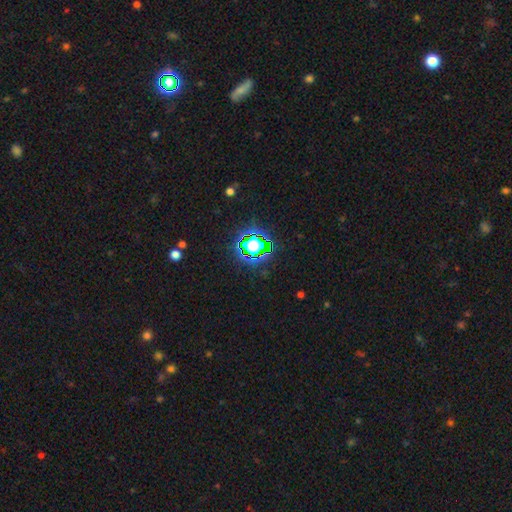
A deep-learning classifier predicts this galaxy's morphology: A star or artifact, not a galaxy (80%).

Vote fractions:
- Smooth or featured? star or artifact: 80% / smooth: 12% / featured or disk: 8%